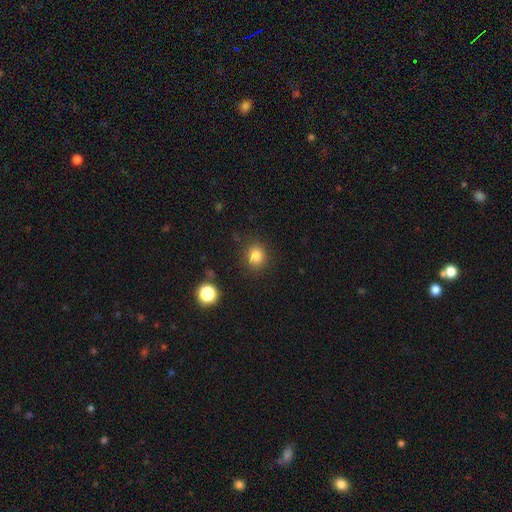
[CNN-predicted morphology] smooth-or-featured: smooth: 82% | star or artifact: 12% | featured or disk: 6%
  how-rounded: round: 81% | in between: 18% | cigar-shaped: 1%
  merging: none: 88% | minor disturbance: 8% | major disturbance: 3% | merger: 2%